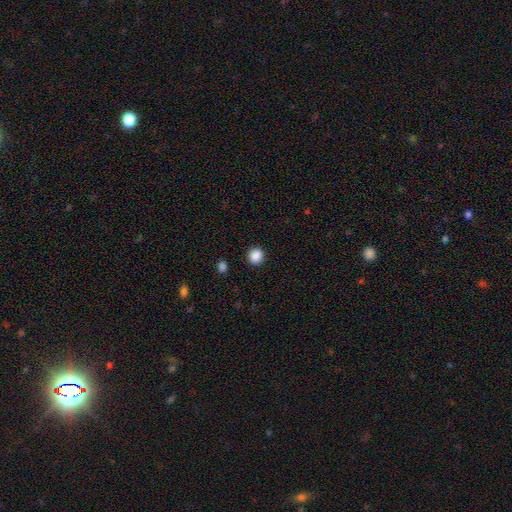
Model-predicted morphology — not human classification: A smooth galaxy with no disk features (88%) that is round (88%). Merging: none (91%).